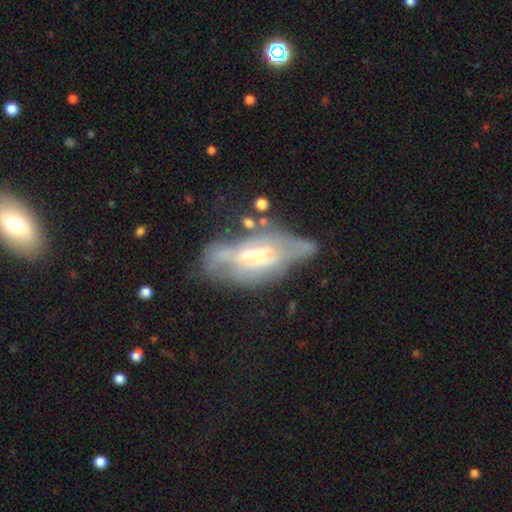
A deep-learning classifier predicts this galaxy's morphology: Overall: featured or disk (71%). Edge-on disk: no (62%; yes 38%). Merging: none (41%; minor disturbance 26%).